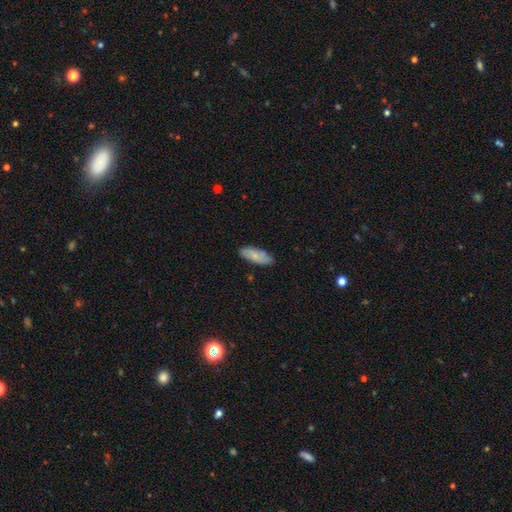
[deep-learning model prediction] This appears to be a smooth galaxy with no disk features (75%) that is in between round and cigar-shaped (73%). Merging: none (79%).